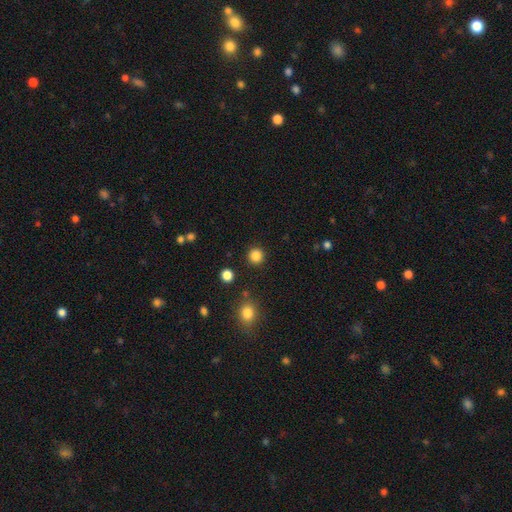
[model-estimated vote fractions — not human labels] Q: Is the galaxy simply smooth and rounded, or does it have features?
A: smooth — 85%.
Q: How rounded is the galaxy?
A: round — 94%.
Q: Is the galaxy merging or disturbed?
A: none — 91%.